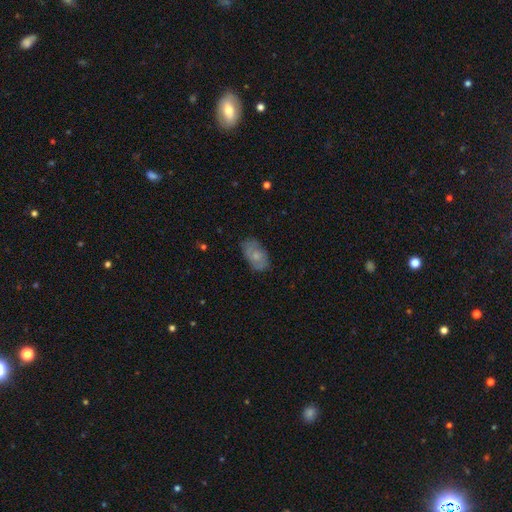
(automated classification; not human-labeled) A smooth galaxy with no disk features (61%) that is in between round and cigar-shaped (91%). Merging: none (76%).